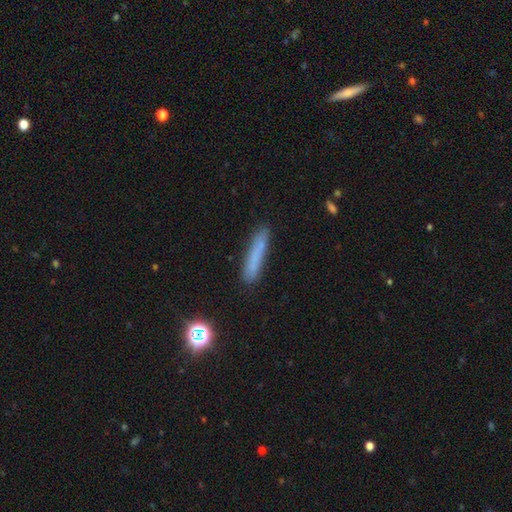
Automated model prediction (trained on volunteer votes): Q: Smooth or featured?
A: smooth (71%); runner-up: featured or disk (17%)
Q: How rounded?
A: cigar-shaped (91%); runner-up: in between (7%)
Q: Merging?
A: none (82%); runner-up: minor disturbance (13%)